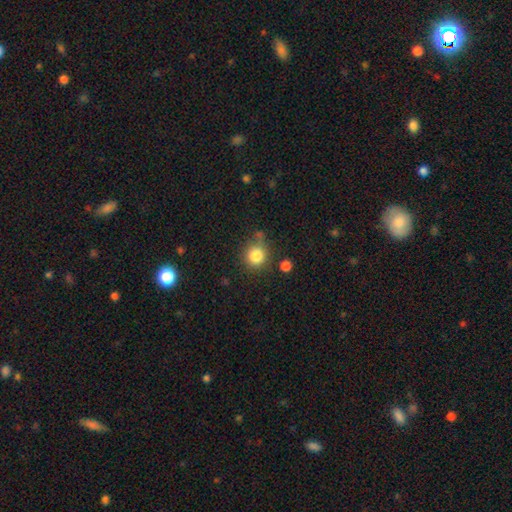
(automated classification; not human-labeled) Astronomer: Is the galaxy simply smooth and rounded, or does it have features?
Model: smooth — 83%.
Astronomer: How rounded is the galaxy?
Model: round — 90%.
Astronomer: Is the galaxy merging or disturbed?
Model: none — 72%.